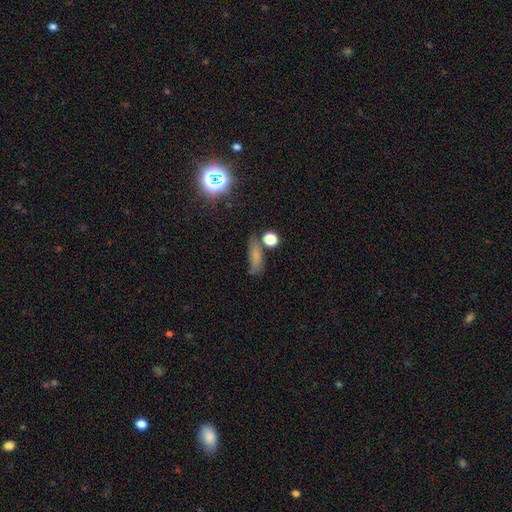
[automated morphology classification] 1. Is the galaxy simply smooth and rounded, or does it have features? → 66% smooth, 19% star or artifact, 15% featured or disk.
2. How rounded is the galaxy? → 47% in between, 41% cigar-shaped, 12% round.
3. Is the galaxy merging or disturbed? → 55% none, 22% minor disturbance, 11% merger, 11% major disturbance.